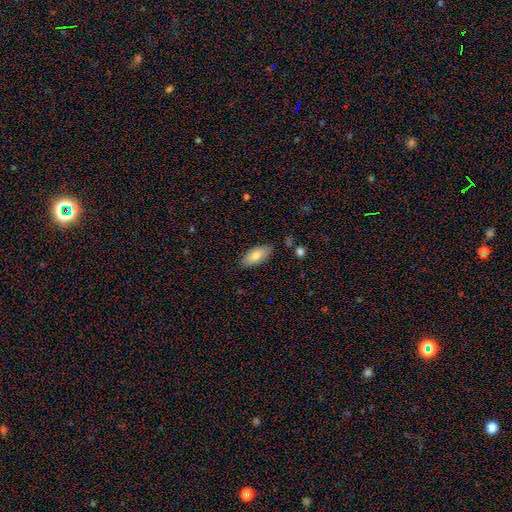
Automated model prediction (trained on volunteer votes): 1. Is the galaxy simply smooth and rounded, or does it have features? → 78% smooth, 15% featured or disk, 6% star or artifact.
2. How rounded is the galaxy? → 86% in between, 12% cigar-shaped, 2% round.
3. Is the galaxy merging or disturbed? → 83% none, 12% minor disturbance, 2% major disturbance, 2% merger.